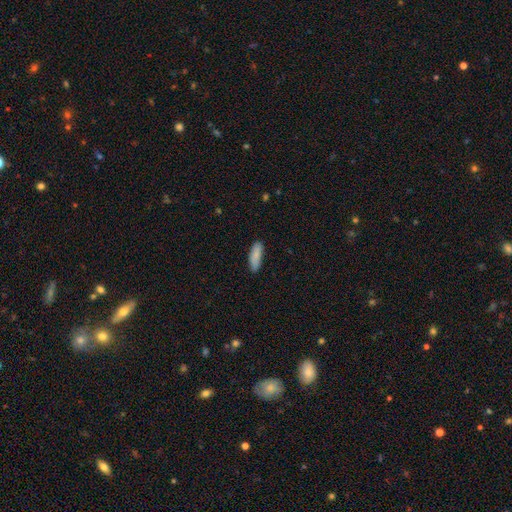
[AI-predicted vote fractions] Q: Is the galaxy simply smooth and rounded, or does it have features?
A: smooth — 85%.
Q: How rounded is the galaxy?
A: in between — 52%.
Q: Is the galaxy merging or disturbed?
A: none — 83%.